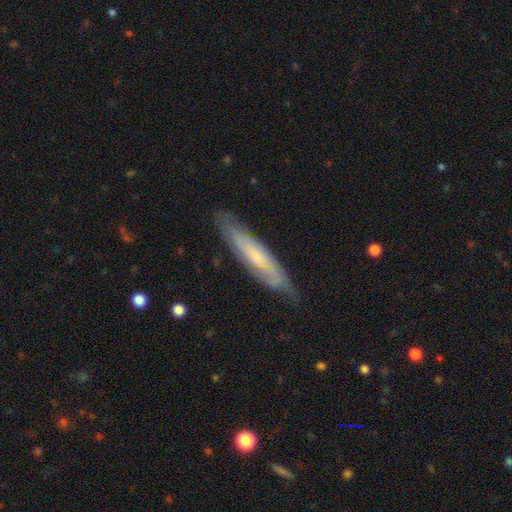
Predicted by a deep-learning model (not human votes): Overall: featured or disk (62%; smooth 31%). Edge-on disk: no (52%; yes 48%). Merging: none (77%).